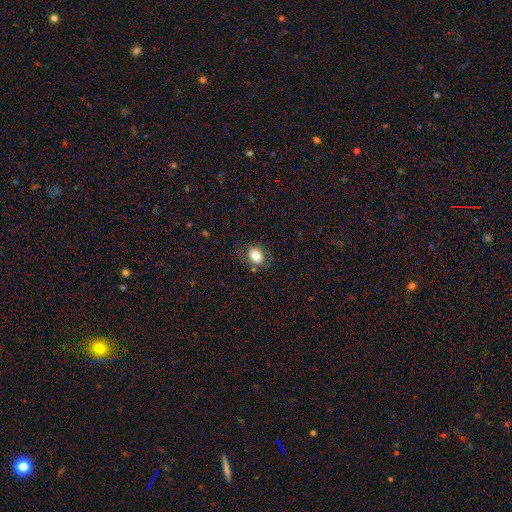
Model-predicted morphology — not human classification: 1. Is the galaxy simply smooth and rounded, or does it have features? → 80% smooth, 11% featured or disk, 9% star or artifact.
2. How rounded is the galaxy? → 59% in between, 40% round, 1% cigar-shaped.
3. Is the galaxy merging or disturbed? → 76% none, 16% minor disturbance, 6% major disturbance, 2% merger.